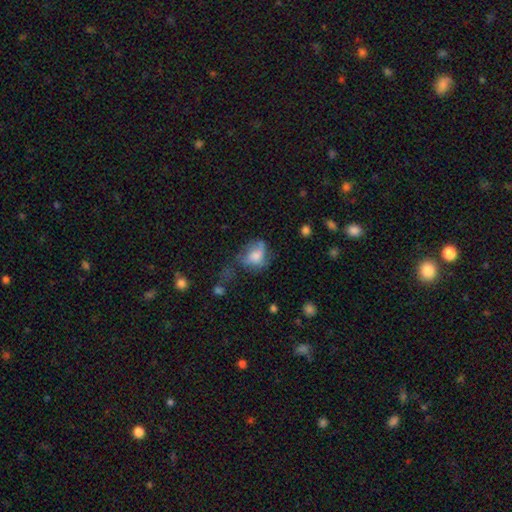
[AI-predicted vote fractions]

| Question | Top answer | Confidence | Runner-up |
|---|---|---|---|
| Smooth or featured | smooth | 56% | featured or disk (33%) |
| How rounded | in between | 64% | round (34%) |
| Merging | major disturbance | 38% | none (30%) |